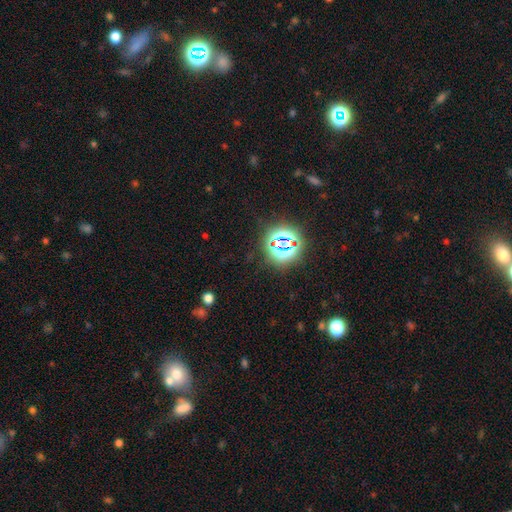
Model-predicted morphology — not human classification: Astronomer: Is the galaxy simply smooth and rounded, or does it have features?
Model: star or artifact — 72%.